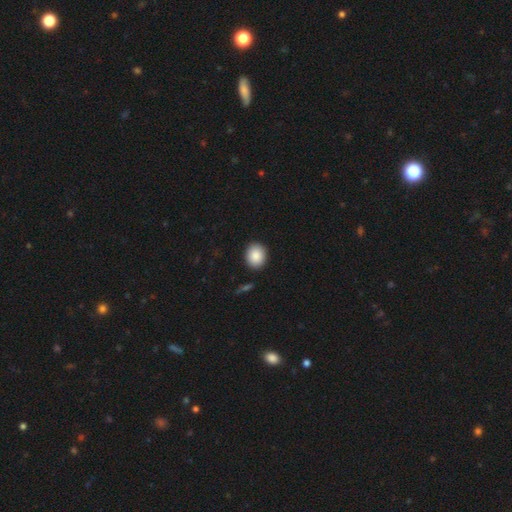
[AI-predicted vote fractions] Morphology: type=smooth (88%); roundness=round (56%); merging=none (90%).